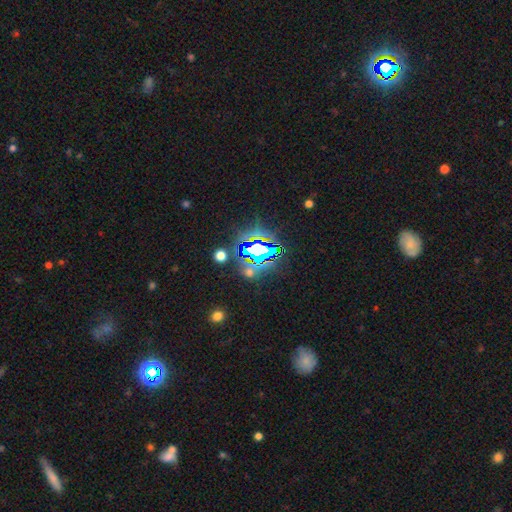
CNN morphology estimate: This appears to be a star or artifact, not a galaxy (79%).